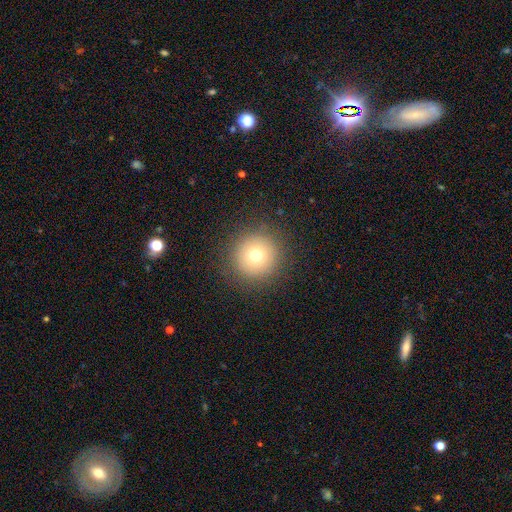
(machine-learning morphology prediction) This appears to be a smooth galaxy with no disk features (72%) that is round (96%). Merging: none (90%).